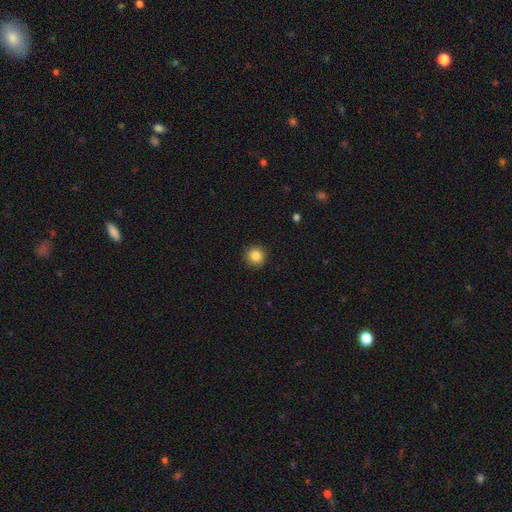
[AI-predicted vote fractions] This appears to be a smooth galaxy with no disk features (85%) that is round (95%). Merging: none (91%).